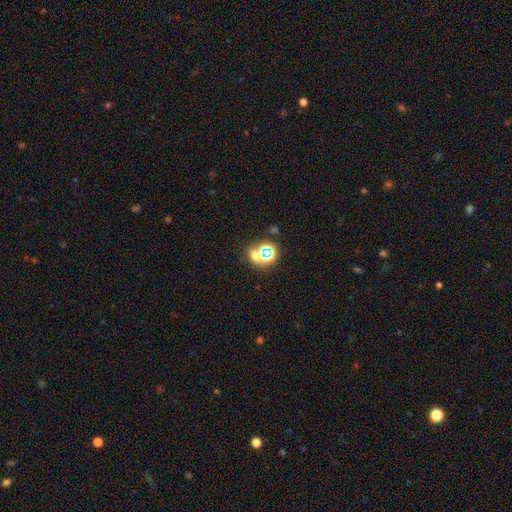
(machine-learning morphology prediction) type=star or artifact (49%).